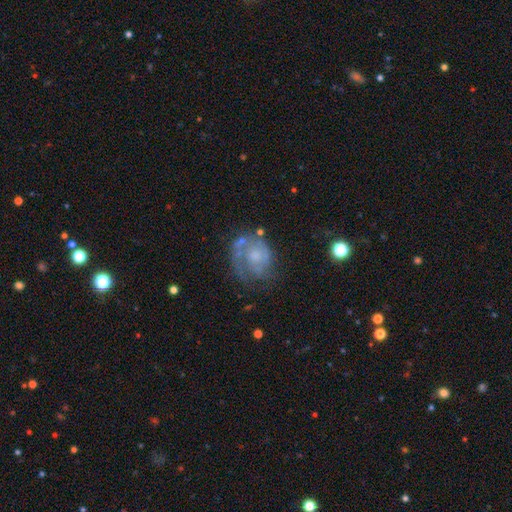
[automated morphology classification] Overall: featured or disk (64%; smooth 27%). Edge-on disk: no (97%). Bar: no (81%). Spiral arms: yes (67%; no 33%). Bulge size: small (38%, tied with moderate). Merging: none (49%; minor disturbance 23%).